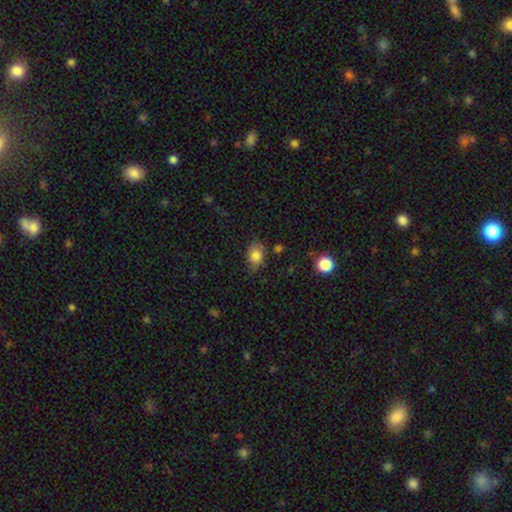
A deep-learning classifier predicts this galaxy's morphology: The model was most divided on "merging": none: 64%, minor disturbance: 27%, major disturbance: 6%, merger: 3%. More confident: smooth or featured — smooth (81%); how rounded — in between (72%).